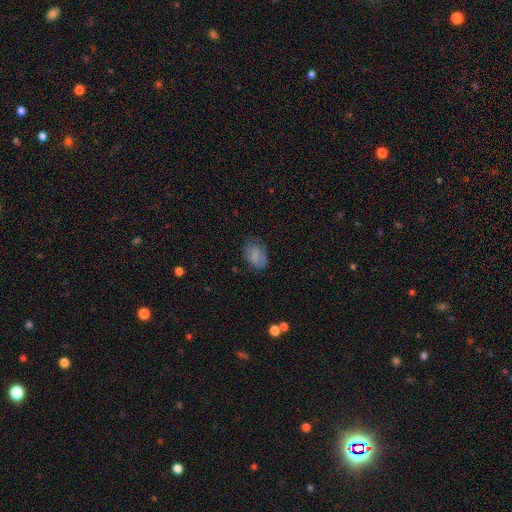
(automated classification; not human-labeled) A smooth galaxy with no disk features (69%) that is in between round and cigar-shaped (80%).

Vote fractions:
- Smooth or featured? smooth: 69% / featured or disk: 21% / star or artifact: 9%
- How rounded? in between: 80% / round: 19% / cigar-shaped: 1%
- Merging? none: 60% / minor disturbance: 27% / major disturbance: 11% / merger: 2%